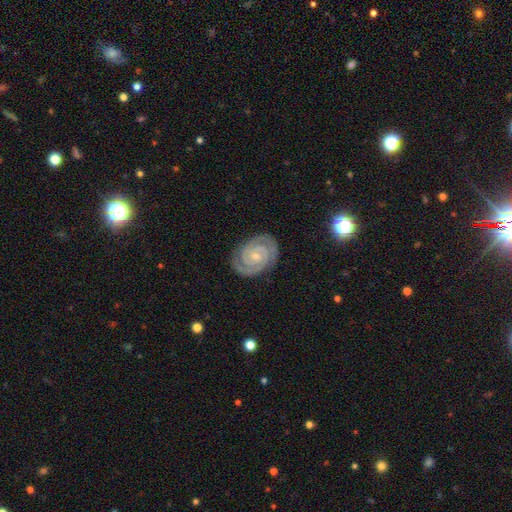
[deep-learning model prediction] Smooth or featured? Predicted: featured or disk (p=0.91). Edge-on disk? Predicted: no (p=0.98). Bar? Predicted: no (p=0.63). Spiral arms? Predicted: yes (p=0.99). Spiral winding? Predicted: tight (p=0.81). Spiral arm count? Predicted: 2 (p=0.88). Bulge size? Predicted: small (p=0.73). Merging? Predicted: none (p=0.85).